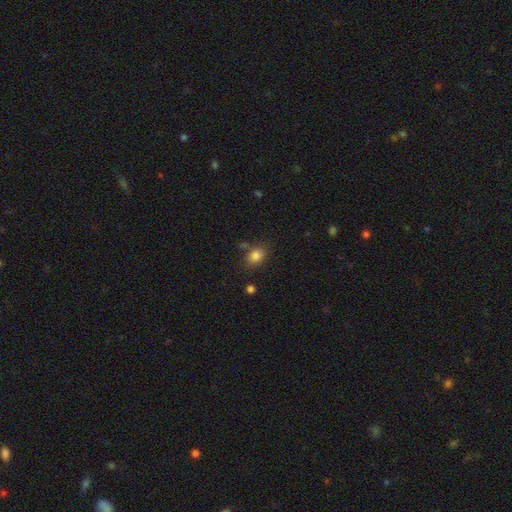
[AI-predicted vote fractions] smooth_or_featured: smooth (p=0.83) [alt: star or artifact p=0.11]
how_rounded: in between (p=0.66) [alt: round p=0.33]
merging: none (p=0.74) [alt: minor disturbance p=0.15]